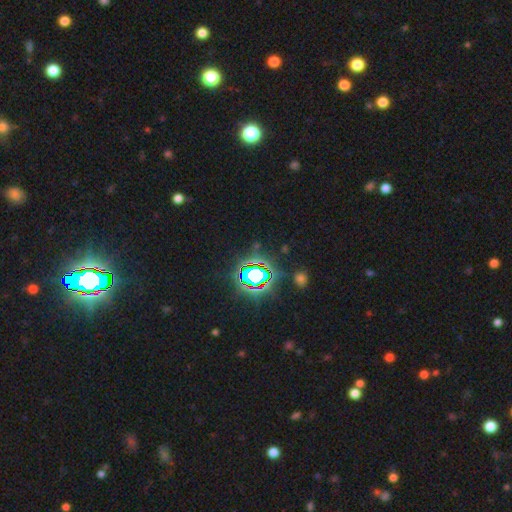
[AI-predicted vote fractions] A star or artifact, not a galaxy (83%).